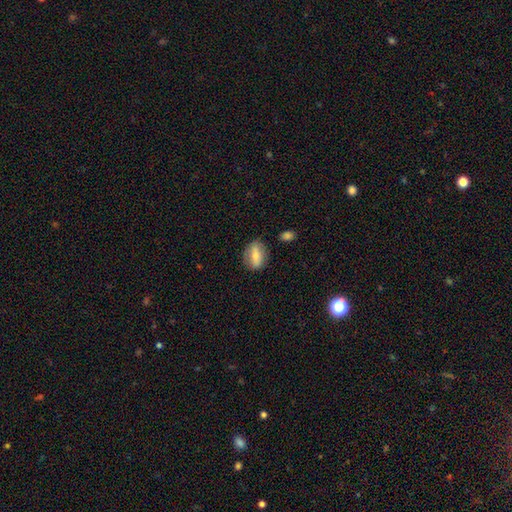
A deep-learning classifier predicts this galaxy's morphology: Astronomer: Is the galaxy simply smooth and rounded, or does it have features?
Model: smooth — 64%.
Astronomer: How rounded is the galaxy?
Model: in between — 71%.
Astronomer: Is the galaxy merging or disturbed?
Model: none — 78%.